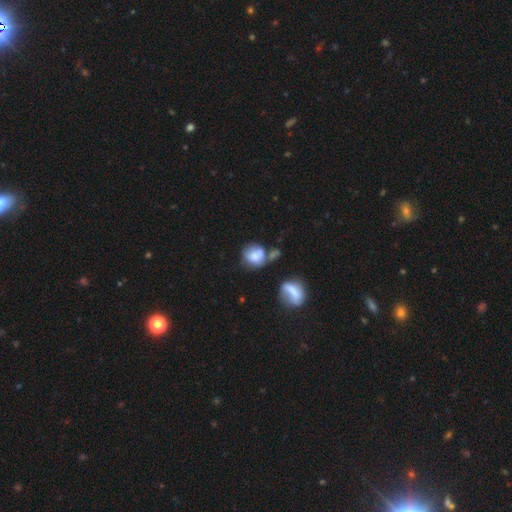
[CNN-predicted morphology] This appears to be a smooth galaxy with no disk features (73%) that is round (66%). Merging: none (35%).